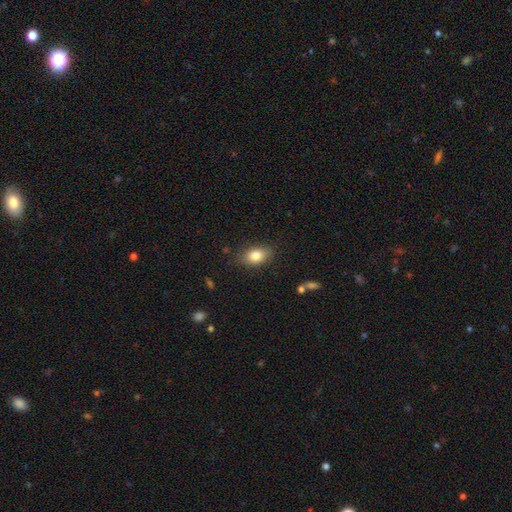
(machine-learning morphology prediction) type=smooth (82%); roundness=in between (83%); merging=none (81%).